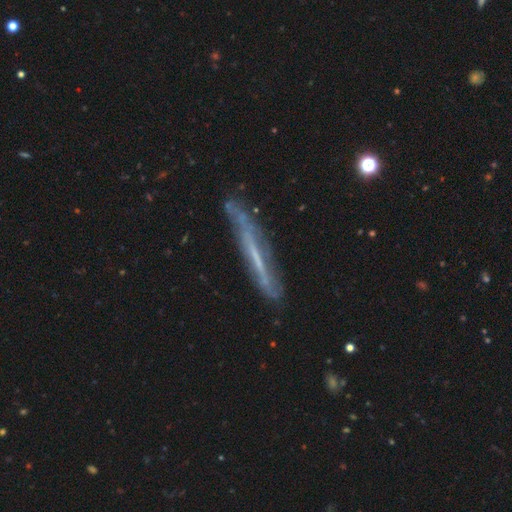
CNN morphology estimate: smooth_or_featured: featured or disk (p=0.64) [alt: smooth p=0.27]
disk_edge_on: yes (p=0.80) [alt: no p=0.20]
edge_on_bulge: none (p=0.85) [alt: rounded p=0.08]
merging: none (p=0.69) [alt: minor disturbance p=0.22]